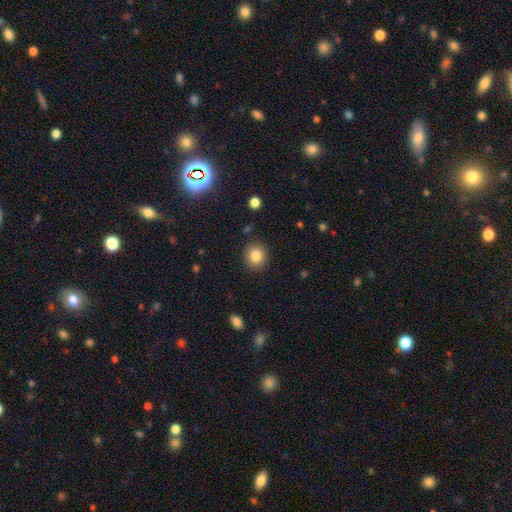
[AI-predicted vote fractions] This is clearly a smooth galaxy (84%). How rounded: clearly round (83%). Merging: clearly none (89%).